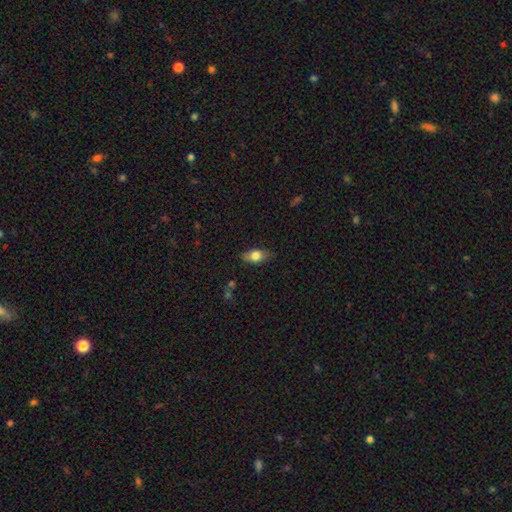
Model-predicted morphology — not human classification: Smooth or featured: smooth — 69% (featured or disk — 24%)
How rounded: in between — 80% (cigar-shaped — 10%)
Merging: none — 78% (minor disturbance — 17%)